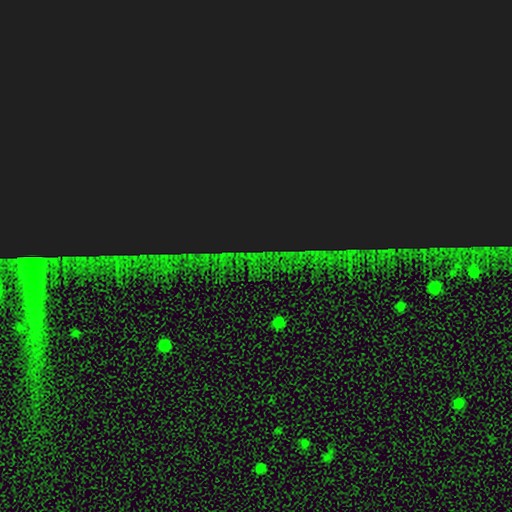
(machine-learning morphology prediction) Smooth or featured?
  - star or artifact: 85% *
  - smooth: 8%
  - featured or disk: 7%